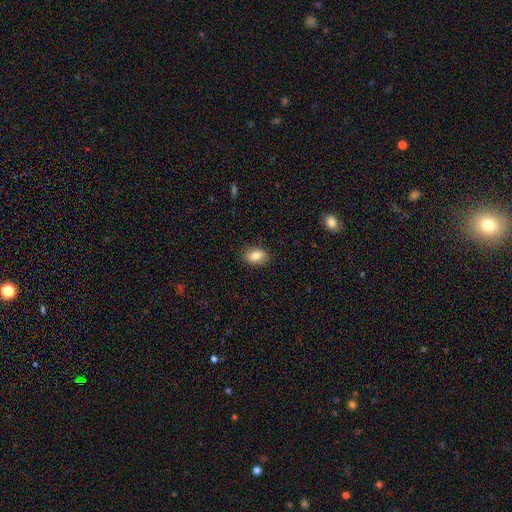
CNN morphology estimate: smooth 83%, featured or disk 9%, star or artifact 8%. Down the decision tree: how rounded — in between (82%); merging — none (87%).